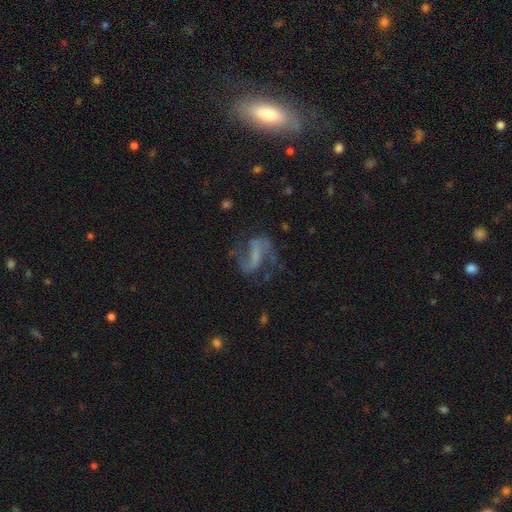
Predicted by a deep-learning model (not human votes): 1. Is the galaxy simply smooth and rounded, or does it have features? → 79% featured or disk, 11% smooth, 9% star or artifact.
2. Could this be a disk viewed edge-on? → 97% no, 3% yes.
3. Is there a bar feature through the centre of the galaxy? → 46% strong, 36% weak, 19% no.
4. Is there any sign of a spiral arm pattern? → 90% yes, 10% no.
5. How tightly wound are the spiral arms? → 54% loose, 38% medium, 8% tight.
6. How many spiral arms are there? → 89% 2, 4% can't tell, 4% 1, 1% 3, 1% 4, 1% more than 4.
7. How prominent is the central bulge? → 58% none, 24% small, 12% moderate, 5% large, 1% dominant.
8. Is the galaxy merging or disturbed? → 59% none, 20% major disturbance, 18% minor disturbance, 3% merger.